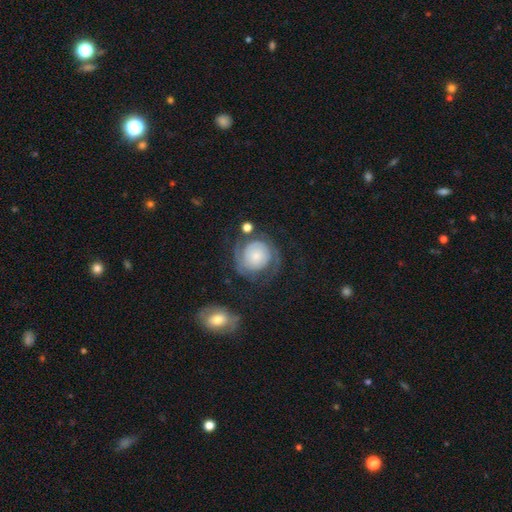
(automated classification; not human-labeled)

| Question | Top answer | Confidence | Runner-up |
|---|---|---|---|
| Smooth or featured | featured or disk | 70% | smooth (23%) |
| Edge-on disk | no | 97% | yes (3%) |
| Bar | no | 78% | weak (18%) |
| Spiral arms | yes | 92% | no (8%) |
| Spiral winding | tight | 60% | medium (27%) |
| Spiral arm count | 2 | 62% | can't tell (18%) |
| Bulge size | small | 52% | moderate (23%) |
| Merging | none | 59% | minor disturbance (19%) |